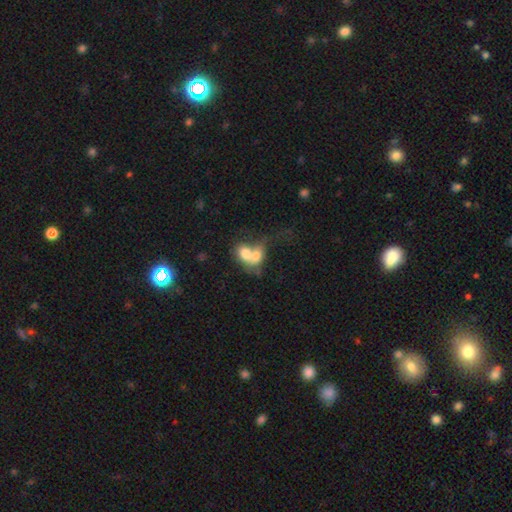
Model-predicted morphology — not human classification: Smooth or featured? Predicted: smooth (p=0.67). How rounded? Predicted: in between (p=0.60). Merging? Predicted: merger (p=0.78).